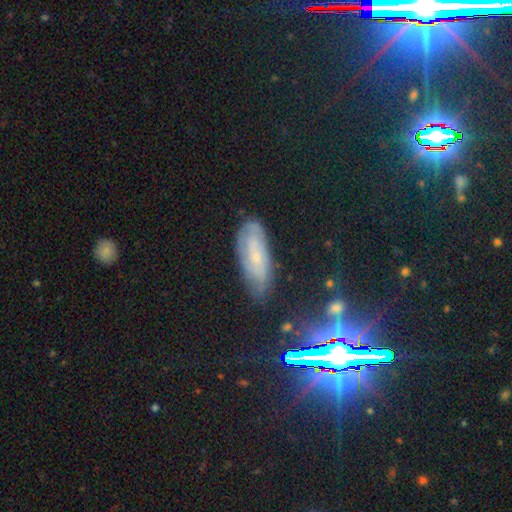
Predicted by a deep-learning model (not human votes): smooth_or_featured: featured or disk (p=0.50) [alt: smooth p=0.33]
disk_edge_on: no (p=0.79) [alt: yes p=0.21]
merging: none (p=0.72) [alt: minor disturbance p=0.20]